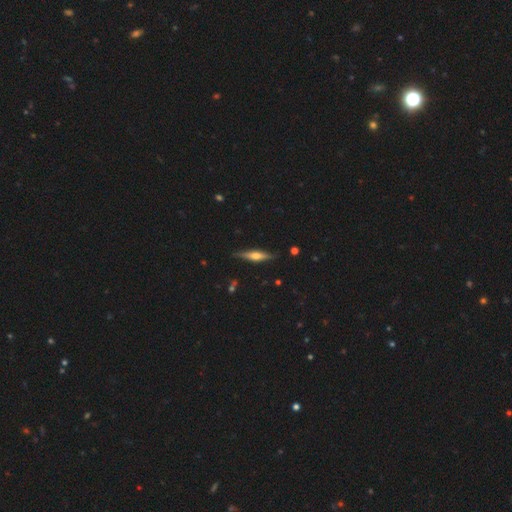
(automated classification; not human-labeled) A featured or disk galaxy (62%) viewed edge-on (96%) with a rounded central bulge (83%).

Vote fractions:
- Smooth or featured? featured or disk: 62% / smooth: 31% / star or artifact: 6%
- Edge-on disk? yes: 96% / no: 4%
- Edge-on bulge? rounded: 83% / boxy: 11% / none: 6%
- Merging? none: 88% / minor disturbance: 9% / major disturbance: 2% / merger: 1%